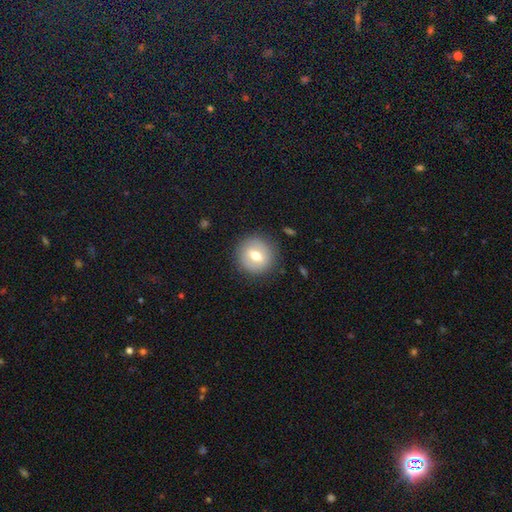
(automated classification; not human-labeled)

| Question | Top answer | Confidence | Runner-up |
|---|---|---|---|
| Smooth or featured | smooth | 60% | featured or disk (31%) |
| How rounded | round | 90% | in between (9%) |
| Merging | none | 88% | minor disturbance (8%) |